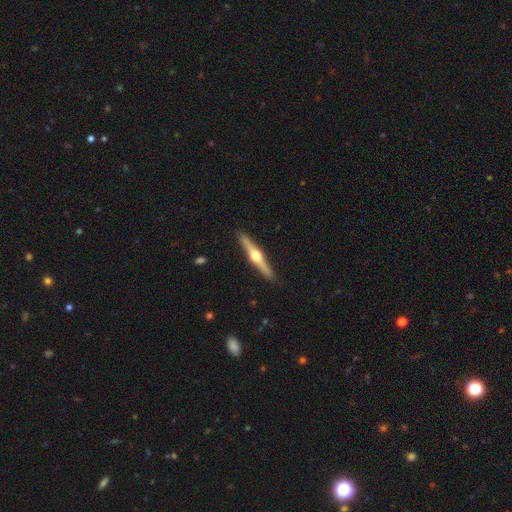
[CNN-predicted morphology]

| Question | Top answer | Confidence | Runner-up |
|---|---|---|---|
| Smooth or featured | featured or disk | 75% | smooth (20%) |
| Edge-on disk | yes | 98% | no (2%) |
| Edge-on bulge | rounded | 96% | boxy (2%) |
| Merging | none | 91% | minor disturbance (7%) |